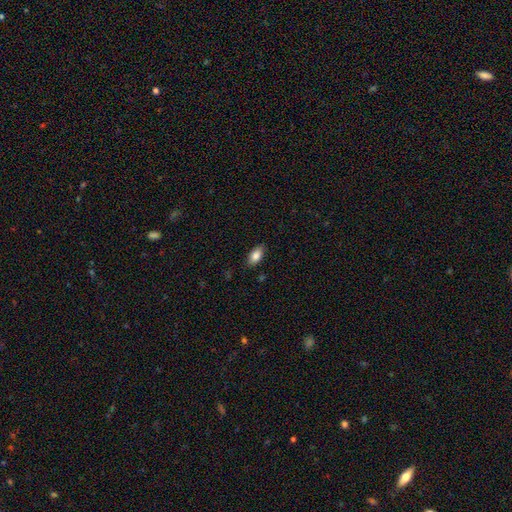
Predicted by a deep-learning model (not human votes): A smooth galaxy with no disk features (84%) that is in between round and cigar-shaped (91%).

Vote fractions:
- Smooth or featured? smooth: 84% / featured or disk: 8% / star or artifact: 7%
- How rounded? in between: 91% / cigar-shaped: 5% / round: 4%
- Merging? none: 85% / minor disturbance: 12% / major disturbance: 2% / merger: 1%